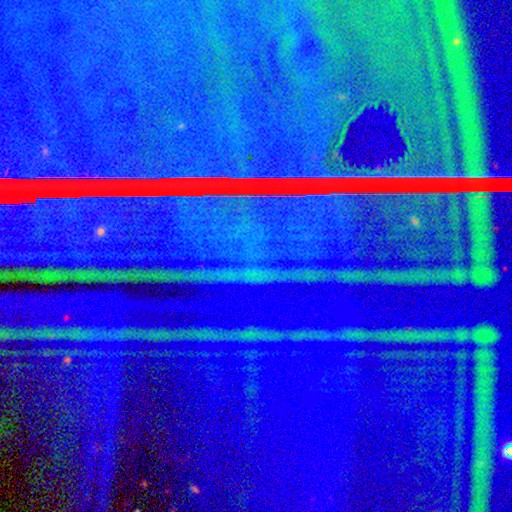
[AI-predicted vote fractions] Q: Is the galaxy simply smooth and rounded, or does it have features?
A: star or artifact — 88%.